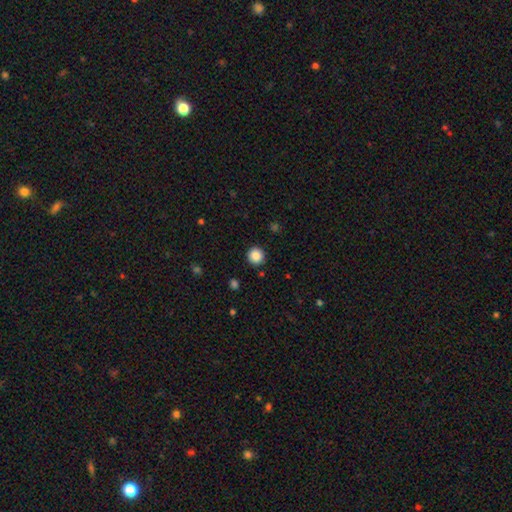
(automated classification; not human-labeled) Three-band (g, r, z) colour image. It shows a smooth galaxy with no disk features (87%) that is round (95%). Merging: none (91%).